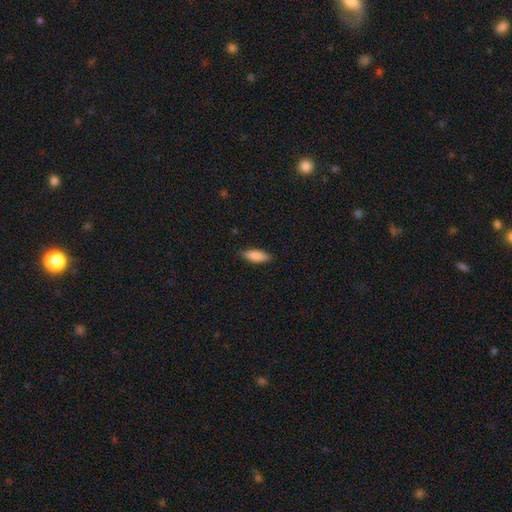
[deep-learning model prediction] This appears to be a smooth galaxy with no disk features (88%) that is in between round and cigar-shaped (62%). Merging: none (86%).